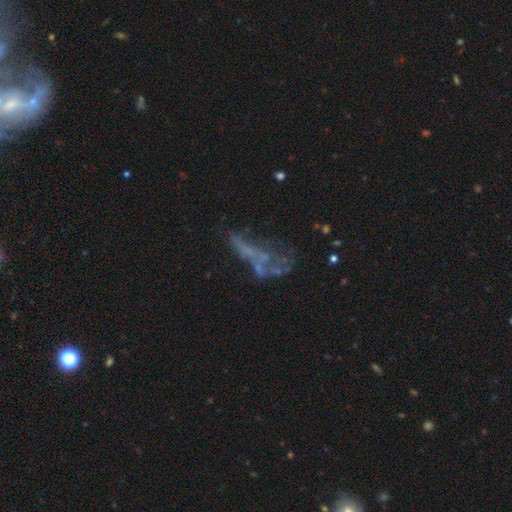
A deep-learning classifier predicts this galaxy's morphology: featured or disk 50%, star or artifact 28%, smooth 22%. Down the decision tree: edge-on disk — no (91%); merging — major disturbance (35%).